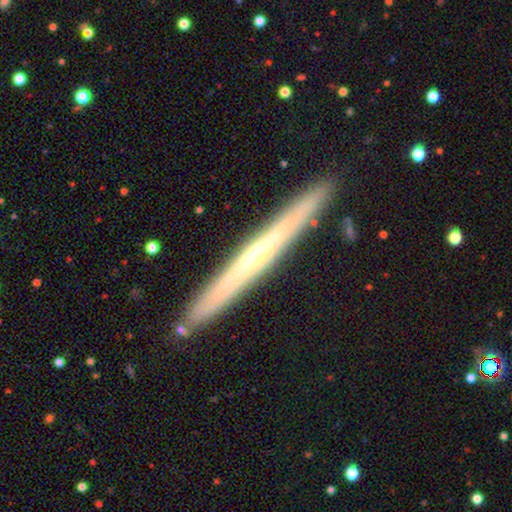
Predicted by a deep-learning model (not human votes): Smooth or featured: featured or disk — 71% (smooth — 23%)
Edge-on disk: yes — 96% (no — 4%)
Edge-on bulge: none — 58% (rounded — 38%)
Merging: none — 91% (minor disturbance — 7%)